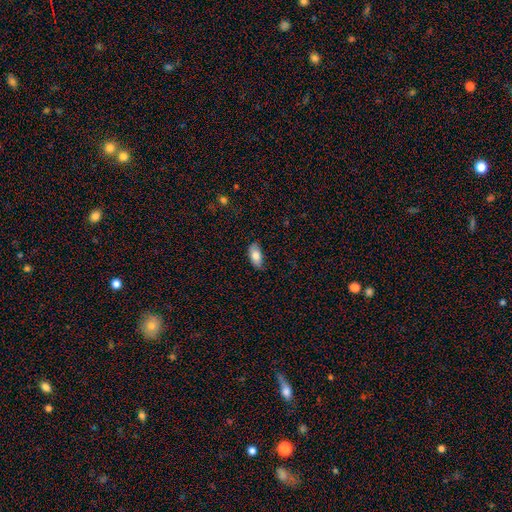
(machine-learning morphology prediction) This appears to be a smooth galaxy with no disk features (77%) that is in between round and cigar-shaped (91%). Merging: none (76%).